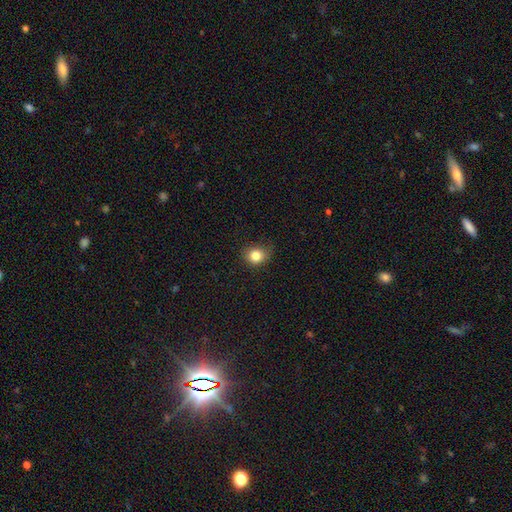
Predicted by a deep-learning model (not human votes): Overall: smooth (83%). How rounded: round (73%). Merging: none (76%).